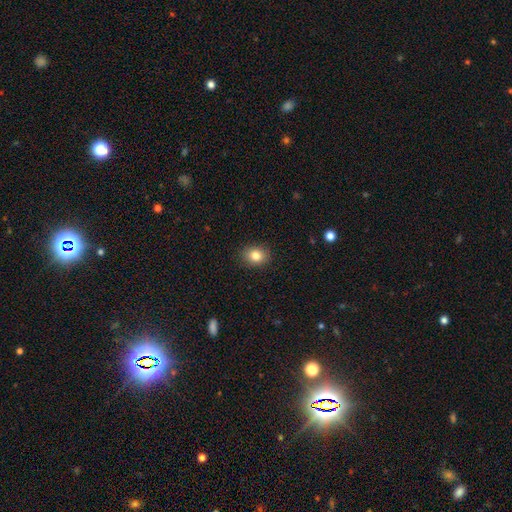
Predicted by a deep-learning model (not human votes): Q: Smooth or featured?
A: smooth (83%); runner-up: star or artifact (10%)
Q: How rounded?
A: round (53%); runner-up: in between (46%)
Q: Merging?
A: none (89%); runner-up: minor disturbance (8%)